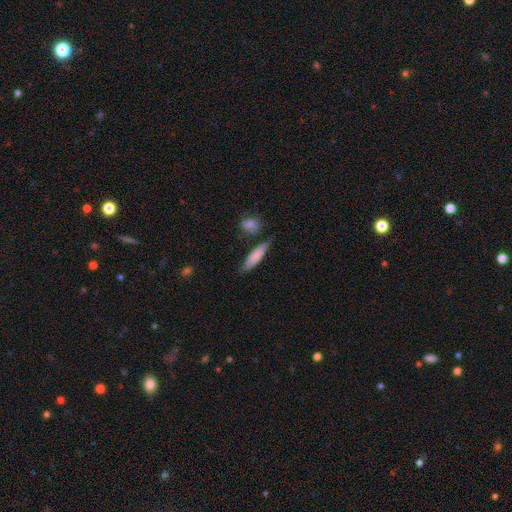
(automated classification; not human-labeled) Smooth or featured: smooth — 80% (featured or disk — 14%)
How rounded: cigar-shaped — 66% (in between — 32%)
Merging: none — 71% (minor disturbance — 17%)